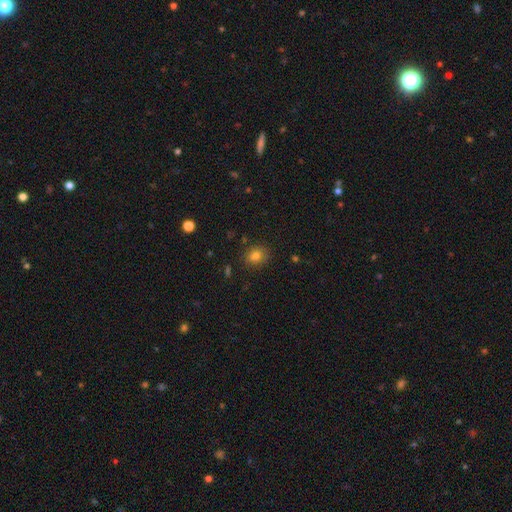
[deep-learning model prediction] Smooth or featured?
  - smooth: 79% *
  - star or artifact: 13%
  - featured or disk: 8%
How rounded?
  - round: 58% *
  - in between: 41%
  - cigar-shaped: 1%
Merging?
  - none: 82% *
  - minor disturbance: 12%
  - major disturbance: 3%
  - merger: 2%